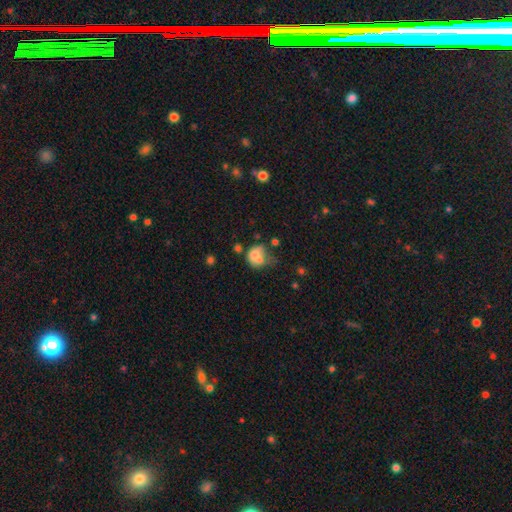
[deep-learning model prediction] Smooth or featured: smooth — 69% (featured or disk — 20%)
How rounded: round — 56% (in between — 43%)
Merging: merger — 26% (none — 25%)